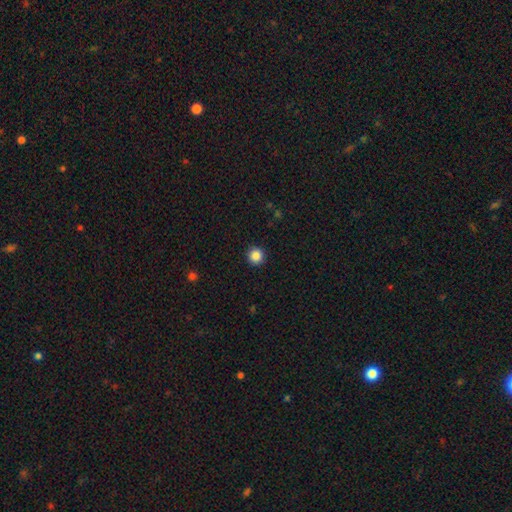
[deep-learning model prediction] This is clearly a smooth galaxy (86%). How rounded: clearly round (95%). Merging: clearly none (93%).